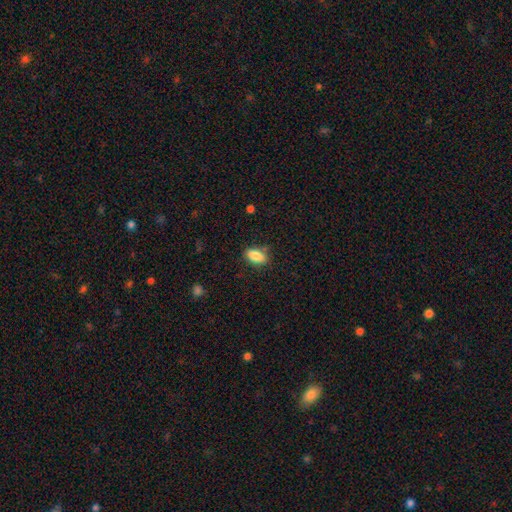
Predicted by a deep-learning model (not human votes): smooth_or_featured: smooth (p=0.86) [alt: star or artifact p=0.08]
how_rounded: in between (p=0.89) [alt: cigar-shaped p=0.06]
merging: none (p=0.80) [alt: minor disturbance p=0.14]